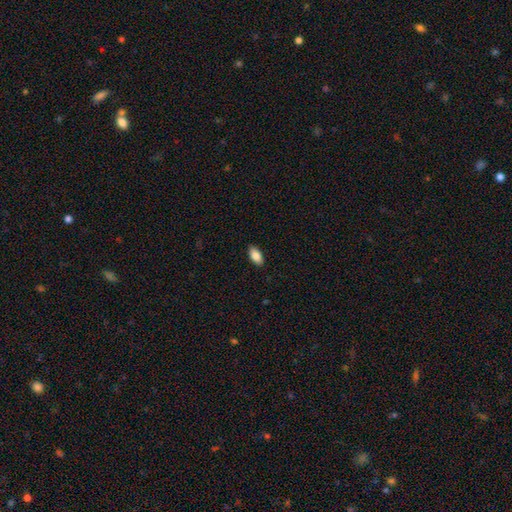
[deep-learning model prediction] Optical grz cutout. It shows a smooth galaxy with no disk features (87%) that is in between round and cigar-shaped (91%). Merging: none (89%).